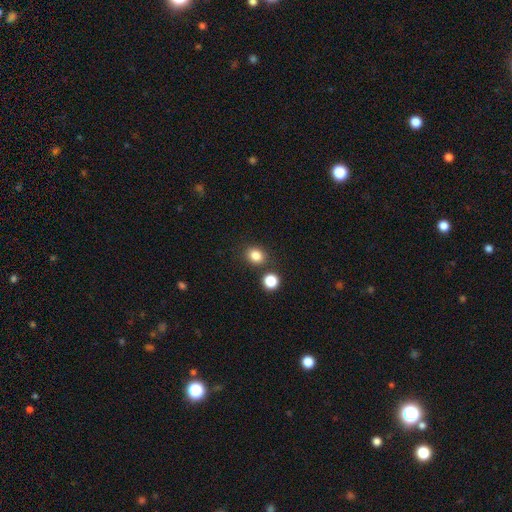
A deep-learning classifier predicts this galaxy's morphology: Q: Smooth or featured?
A: smooth (83%); runner-up: star or artifact (12%)
Q: How rounded?
A: round (63%); runner-up: in between (36%)
Q: Merging?
A: none (80%); runner-up: minor disturbance (9%)